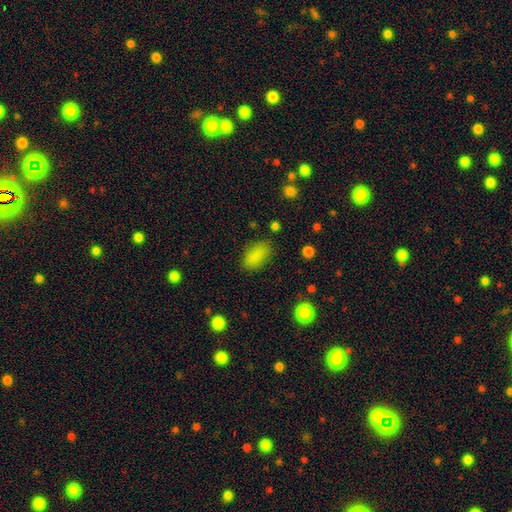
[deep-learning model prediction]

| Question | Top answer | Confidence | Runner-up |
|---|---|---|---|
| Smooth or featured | smooth | 85% | star or artifact (9%) |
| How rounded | in between | 90% | cigar-shaped (5%) |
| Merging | none | 83% | minor disturbance (12%) |